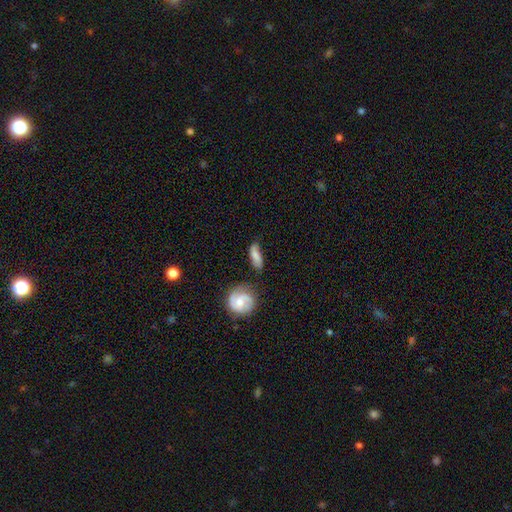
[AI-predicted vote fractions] Smooth or featured?
  - smooth: 68% *
  - featured or disk: 24%
  - star or artifact: 8%
How rounded?
  - in between: 62% *
  - cigar-shaped: 33%
  - round: 4%
Merging?
  - none: 56% *
  - minor disturbance: 27%
  - major disturbance: 9%
  - merger: 9%